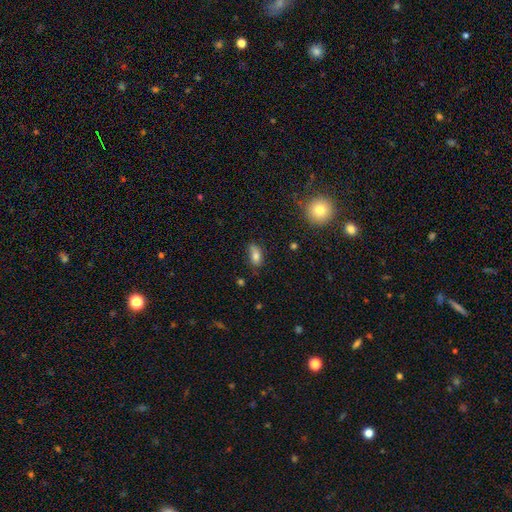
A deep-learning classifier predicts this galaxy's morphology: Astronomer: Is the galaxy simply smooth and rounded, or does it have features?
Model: smooth — 79%.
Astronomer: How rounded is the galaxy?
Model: in between — 84%.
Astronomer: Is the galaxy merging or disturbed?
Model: none — 58%.